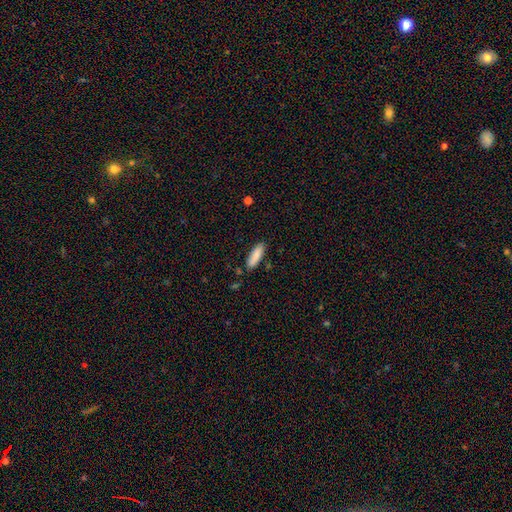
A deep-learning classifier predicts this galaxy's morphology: Smooth or featured? smooth (85%)
How rounded? in between (50%)
Merging? none (84%)